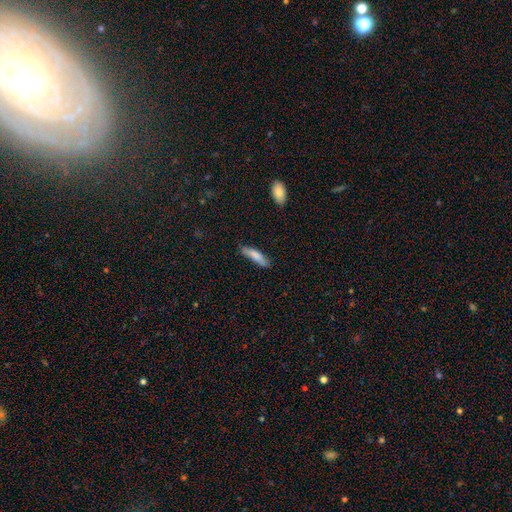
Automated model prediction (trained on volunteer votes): This is clearly a smooth galaxy (82%). How rounded: likely cigar-shaped (68%). Merging: likely none (77%).